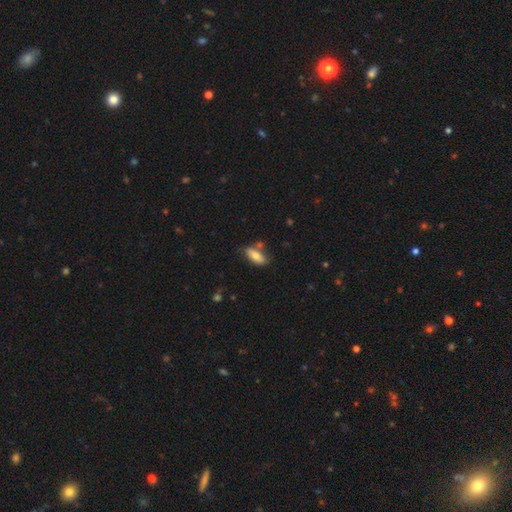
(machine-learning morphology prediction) The model was most divided on "merging": none: 66%, minor disturbance: 18%, merger: 11%, major disturbance: 4%. More confident: how rounded — in between (81%); smooth or featured — smooth (78%).